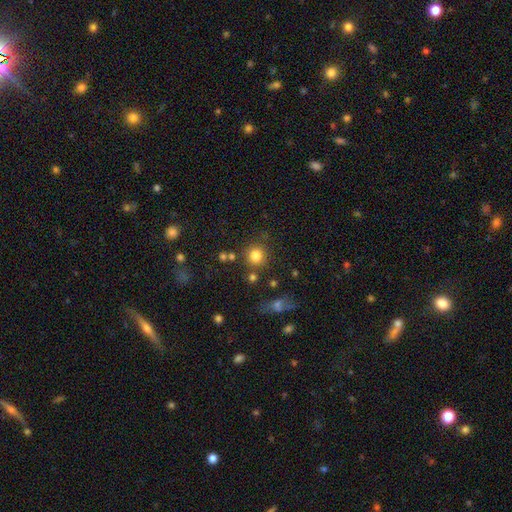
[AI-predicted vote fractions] Smooth or featured?
  - smooth: 81% *
  - star or artifact: 13%
  - featured or disk: 6%
How rounded?
  - round: 91% *
  - in between: 8%
  - cigar-shaped: 1%
Merging?
  - none: 80% *
  - minor disturbance: 9%
  - merger: 7%
  - major disturbance: 4%